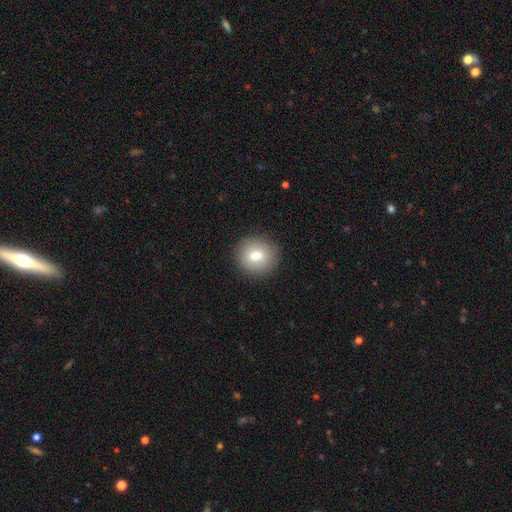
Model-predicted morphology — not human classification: Q: Smooth or featured?
A: smooth (79%); runner-up: featured or disk (12%)
Q: How rounded?
A: round (87%); runner-up: in between (12%)
Q: Merging?
A: none (90%); runner-up: minor disturbance (7%)